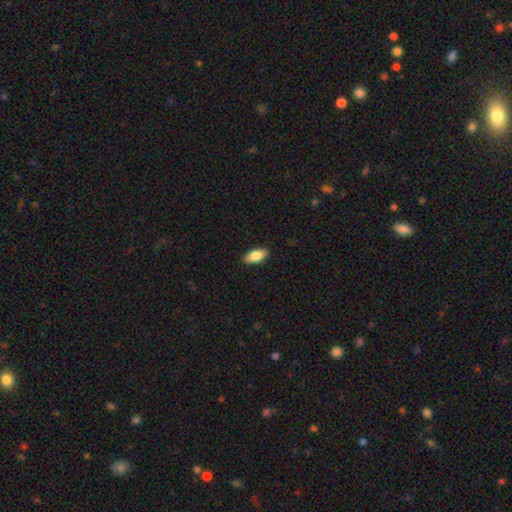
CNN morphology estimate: smooth_or_featured: smooth (p=0.82) [alt: featured or disk p=0.12]
how_rounded: in between (p=0.90) [alt: cigar-shaped p=0.08]
merging: none (p=0.90) [alt: minor disturbance p=0.08]